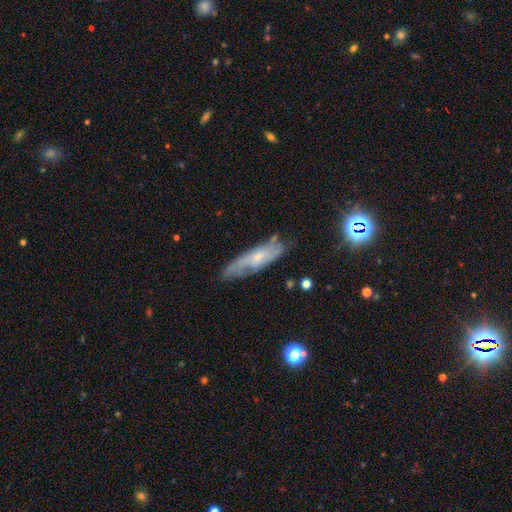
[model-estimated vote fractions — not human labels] Q: Smooth or featured?
A: featured or disk (57%); runner-up: smooth (29%)
Q: Edge-on disk?
A: no (58%); runner-up: yes (42%)
Q: Merging?
A: none (75%); runner-up: minor disturbance (19%)